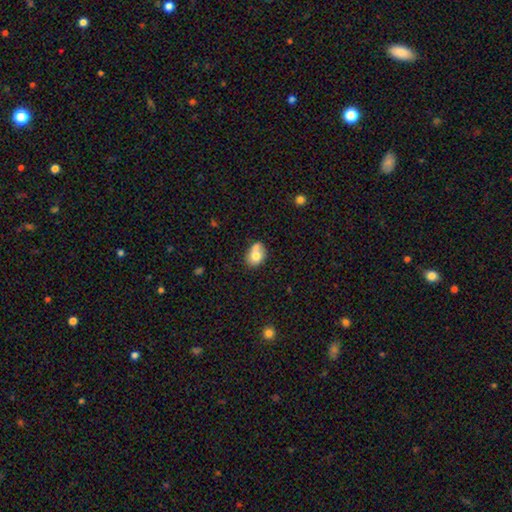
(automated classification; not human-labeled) smooth_or_featured: smooth (p=0.74) [alt: featured or disk p=0.17]
how_rounded: in between (p=0.60) [alt: round p=0.39]
merging: none (p=0.45) [alt: merger p=0.29]